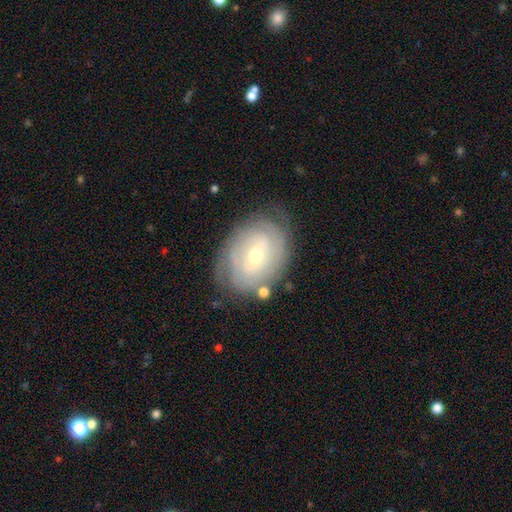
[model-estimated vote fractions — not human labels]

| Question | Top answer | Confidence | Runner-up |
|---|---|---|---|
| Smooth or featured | featured or disk | 78% | smooth (17%) |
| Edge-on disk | no | 96% | yes (4%) |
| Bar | weak | 55% | no (24%) |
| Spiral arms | yes | 87% | no (13%) |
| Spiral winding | tight | 76% | medium (18%) |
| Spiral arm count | can't tell | 50% | 2 (25%) |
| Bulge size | small | 50% | moderate (47%) |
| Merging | none | 75% | minor disturbance (17%) |